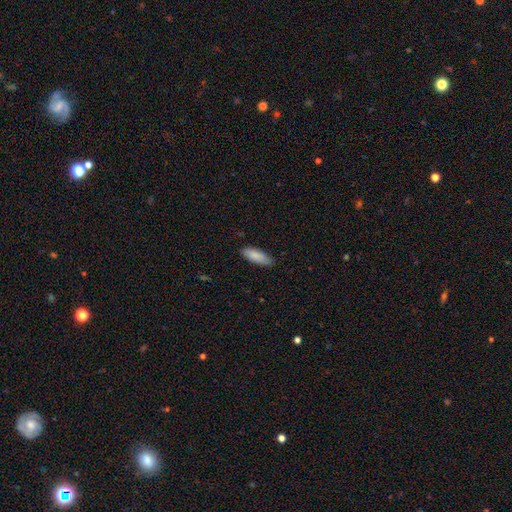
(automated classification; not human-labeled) The model was most divided on "how rounded": in between: 63%, cigar-shaped: 35%, round: 2%. More confident: smooth or featured — smooth (86%); merging — none (80%).